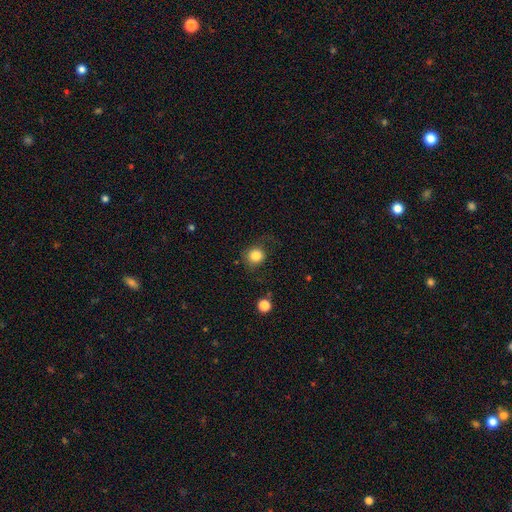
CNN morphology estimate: Smooth or featured?
  - smooth: 83% *
  - star or artifact: 10%
  - featured or disk: 7%
How rounded?
  - round: 87% *
  - in between: 12%
  - cigar-shaped: 1%
Merging?
  - none: 73% *
  - minor disturbance: 17%
  - major disturbance: 9%
  - merger: 2%